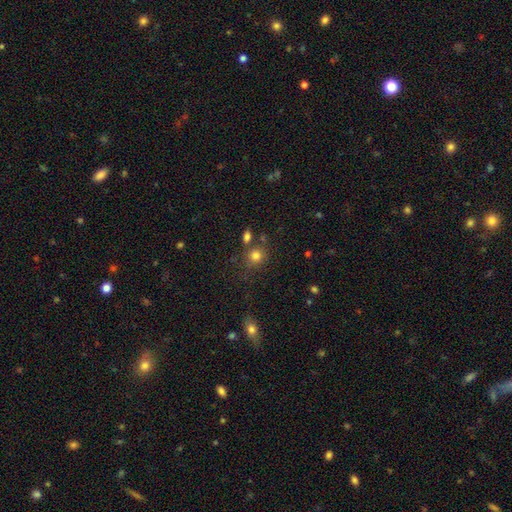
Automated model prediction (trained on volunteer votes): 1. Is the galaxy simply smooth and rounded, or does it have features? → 80% smooth, 13% star or artifact, 7% featured or disk.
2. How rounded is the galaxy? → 80% round, 19% in between, 1% cigar-shaped.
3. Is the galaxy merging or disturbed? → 68% none, 14% merger, 12% minor disturbance, 5% major disturbance.